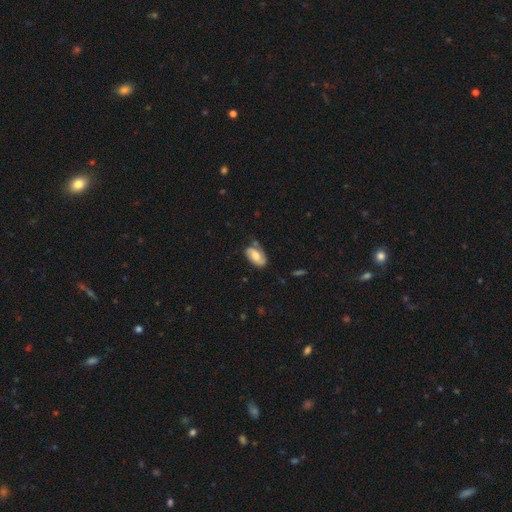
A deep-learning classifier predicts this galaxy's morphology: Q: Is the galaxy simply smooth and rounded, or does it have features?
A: smooth — 48%.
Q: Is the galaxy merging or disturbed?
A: none — 65%.